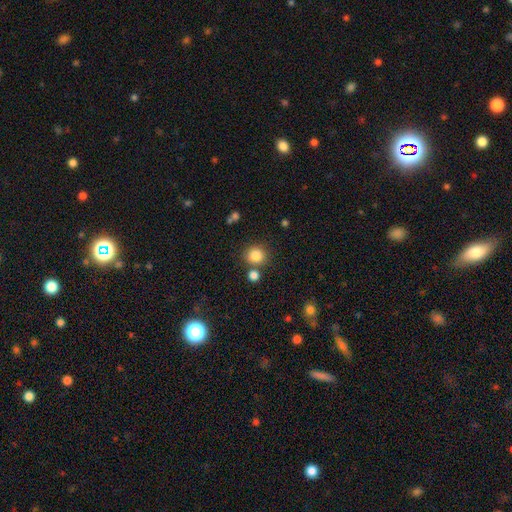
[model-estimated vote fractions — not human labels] A smooth galaxy with no disk features (85%) that is round (86%).

Vote fractions:
- Smooth or featured? smooth: 85% / star or artifact: 11% / featured or disk: 5%
- How rounded? round: 86% / in between: 14% / cigar-shaped: 1%
- Merging? none: 73% / merger: 13% / minor disturbance: 10% / major disturbance: 4%